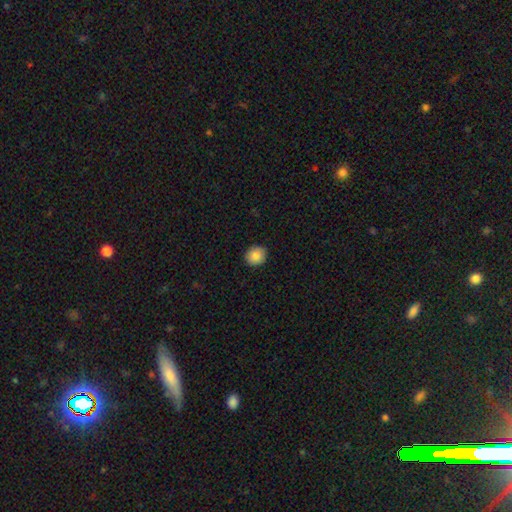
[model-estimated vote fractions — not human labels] The model was most divided on "how rounded": round: 84%, in between: 16%, cigar-shaped: 1%. More confident: merging — none (91%); smooth or featured — smooth (86%).